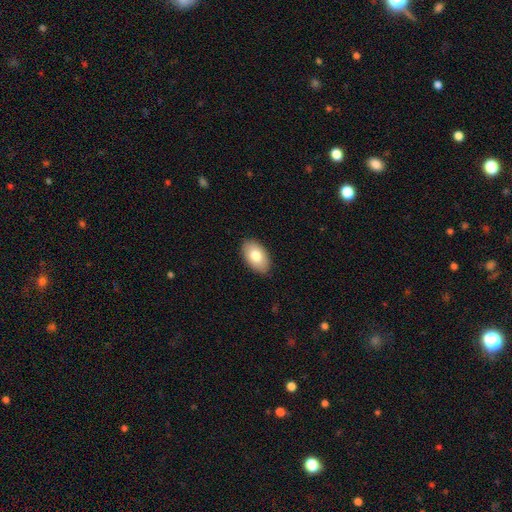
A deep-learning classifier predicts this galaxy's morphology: This is likely a smooth galaxy (78%). How rounded: clearly in between (93%). Merging: clearly none (88%).